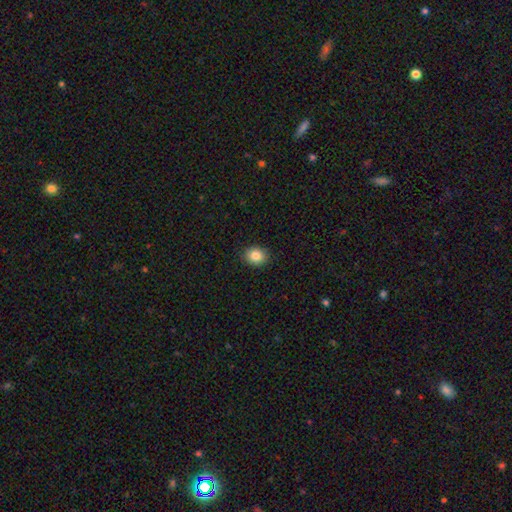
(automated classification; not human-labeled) Q: Smooth or featured?
A: smooth (85%); runner-up: star or artifact (9%)
Q: How rounded?
A: round (60%); runner-up: in between (39%)
Q: Merging?
A: none (90%); runner-up: minor disturbance (7%)